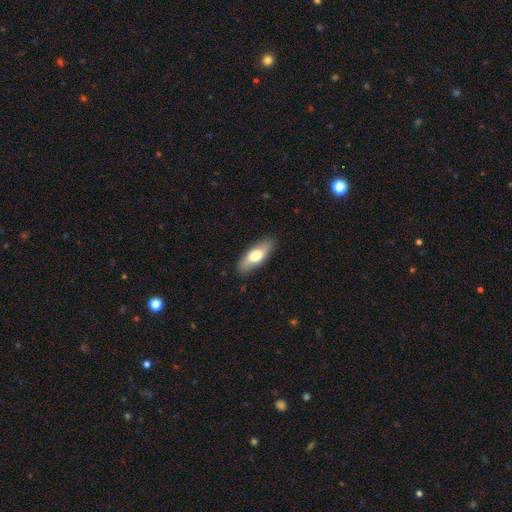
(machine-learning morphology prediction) smooth_or_featured: smooth (p=0.68) [alt: featured or disk p=0.27]
how_rounded: in between (p=0.70) [alt: cigar-shaped p=0.27]
merging: none (p=0.86) [alt: minor disturbance p=0.11]